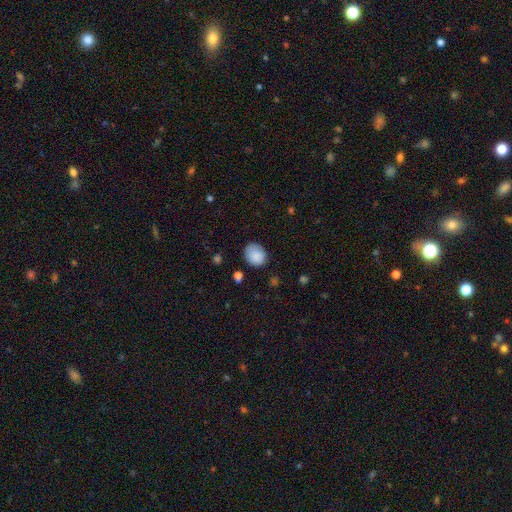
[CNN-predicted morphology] Smooth or featured? smooth (87%)
How rounded? round (59%)
Merging? none (74%)